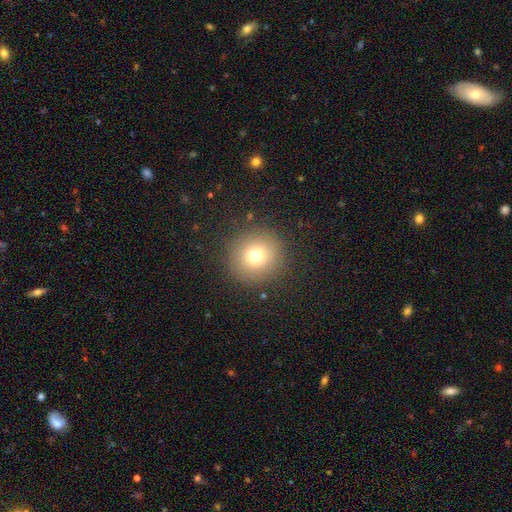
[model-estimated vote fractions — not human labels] This is likely a smooth galaxy (74%). How rounded: clearly round (95%). Merging: clearly none (89%).